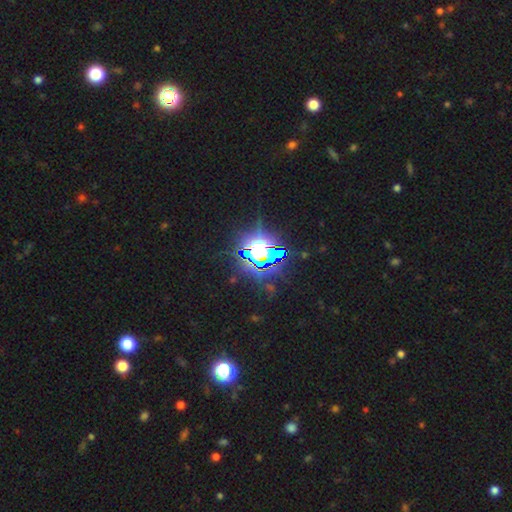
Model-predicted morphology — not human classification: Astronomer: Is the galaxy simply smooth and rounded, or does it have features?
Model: star or artifact — 78%.